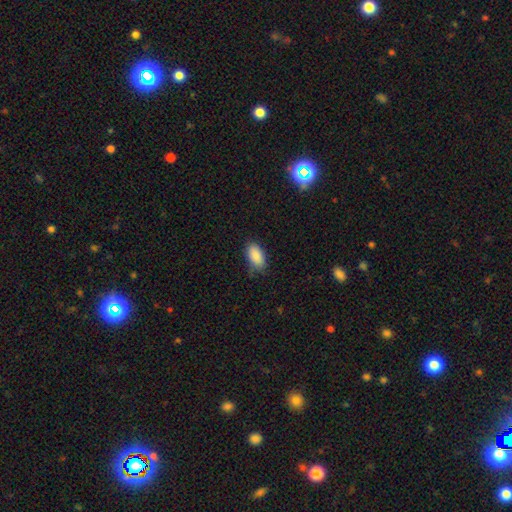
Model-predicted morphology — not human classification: type=smooth (88%); roundness=in between (94%); merging=none (74%).